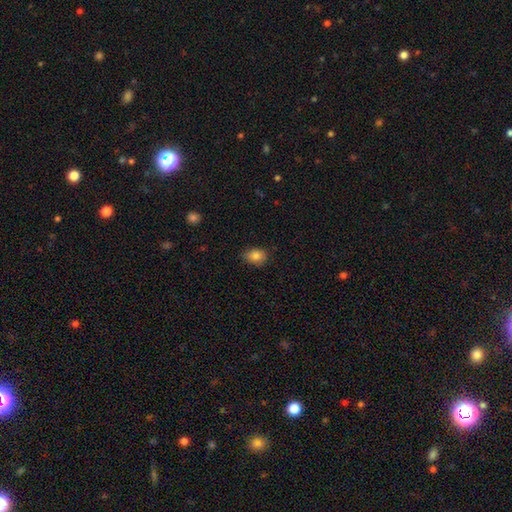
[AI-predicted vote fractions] smooth_or_featured: smooth (p=0.84) [alt: star or artifact p=0.10]
how_rounded: in between (p=0.66) [alt: round p=0.32]
merging: none (p=0.77) [alt: minor disturbance p=0.18]